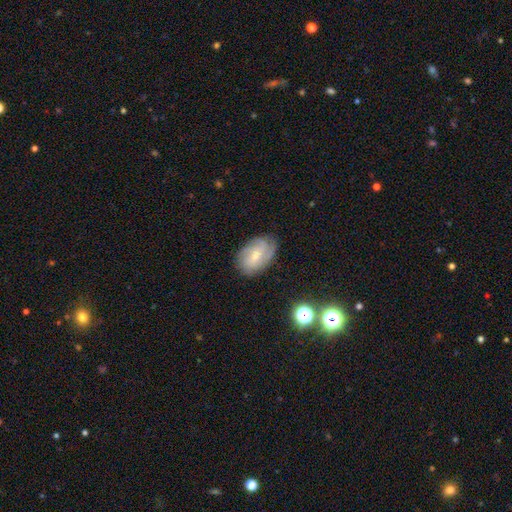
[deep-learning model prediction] Morphology: type=featured or disk (61%); edge-on=no (95%); bar=no (56%); spiral arms=yes (88%); winding=tight (52%); arm count=can't tell (41%); bulge=small (66%); merging=none (73%).